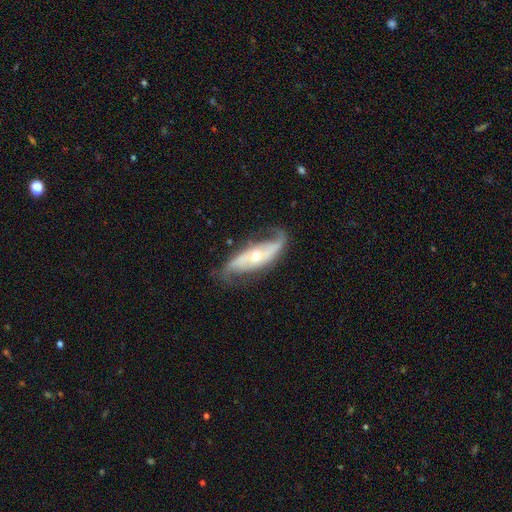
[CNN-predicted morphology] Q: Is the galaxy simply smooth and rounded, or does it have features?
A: featured or disk — 83%.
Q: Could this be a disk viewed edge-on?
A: no — 86%.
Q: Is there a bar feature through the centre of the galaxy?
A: no — 56%.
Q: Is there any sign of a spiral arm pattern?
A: yes — 93%.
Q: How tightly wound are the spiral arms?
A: loose — 61%.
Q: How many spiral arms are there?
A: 2 — 87%.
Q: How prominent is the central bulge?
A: small — 48%, tied with moderate.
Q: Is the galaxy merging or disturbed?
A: none — 66%.